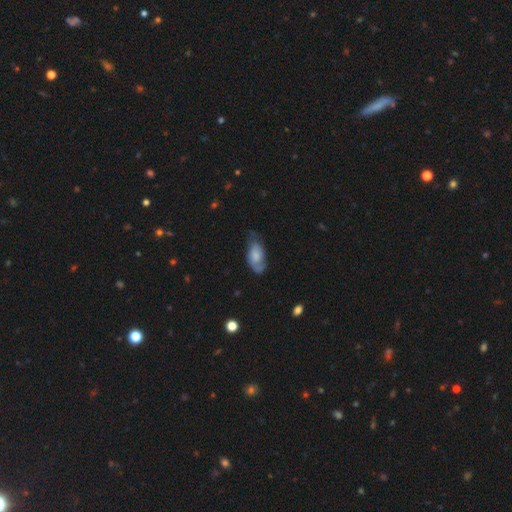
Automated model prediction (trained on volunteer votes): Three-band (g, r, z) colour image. It shows a smooth galaxy with no disk features (57%) that is in between round and cigar-shaped (91%). Merging: none (47%).